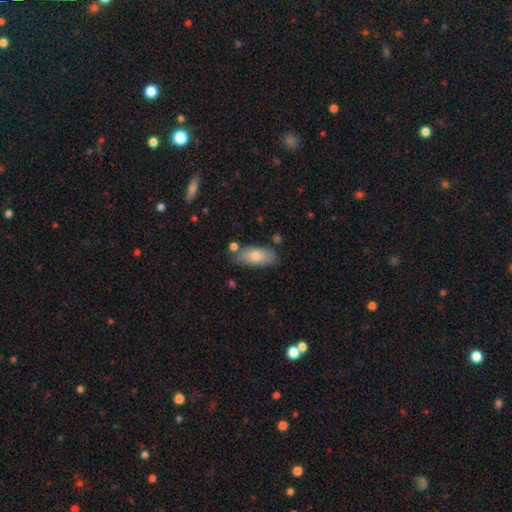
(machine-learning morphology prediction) This appears to be a smooth galaxy with no disk features (77%) that is in between round and cigar-shaped (86%). Merging: none (73%).